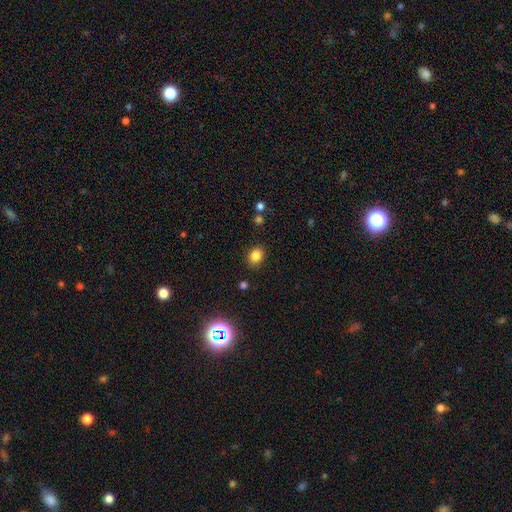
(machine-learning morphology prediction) Smooth or featured? Predicted: smooth (p=0.83). How rounded? Predicted: round (p=0.59). Merging? Predicted: none (p=0.87).